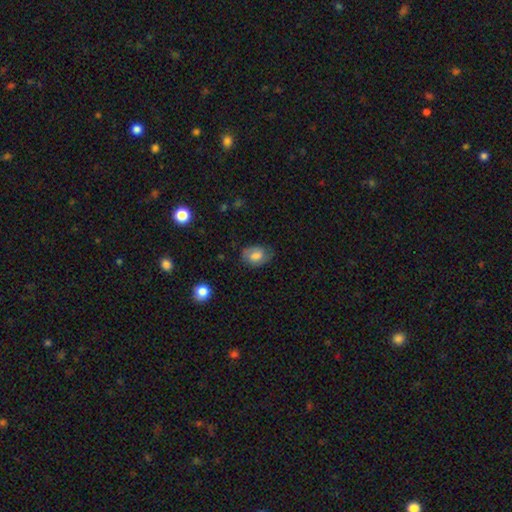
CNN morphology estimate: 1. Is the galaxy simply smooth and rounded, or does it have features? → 68% smooth, 23% featured or disk, 8% star or artifact.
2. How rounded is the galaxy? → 74% in between, 25% round, 1% cigar-shaped.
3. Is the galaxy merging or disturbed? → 64% none, 27% minor disturbance, 8% major disturbance, 1% merger.